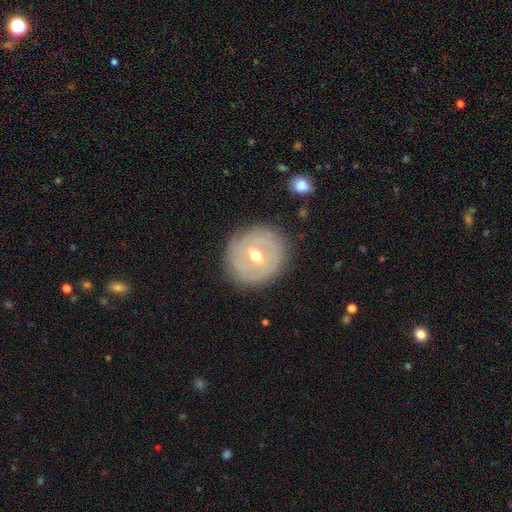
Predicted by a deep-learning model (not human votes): A featured or disk galaxy (77%) with a weak bar (51%), tight (78%) spiral arms (82%) and a moderate central bulge (69%).

Vote fractions:
- Smooth or featured? featured or disk: 77% / smooth: 17% / star or artifact: 6%
- Edge-on disk? no: 96% / yes: 4%
- Bar? weak: 51% / no: 30% / strong: 18%
- Spiral arms? yes: 82% / no: 18%
- Spiral winding? tight: 78% / medium: 16% / loose: 6%
- Spiral arm count? can't tell: 41% / 2: 25% / 3: 17% / 4: 7% / 1: 5% / more than 4: 5%
- Bulge size? moderate: 69% / small: 27% / large: 2% / dominant: 1% / none: 1%
- Merging? none: 83% / minor disturbance: 12% / major disturbance: 4% / merger: 1%